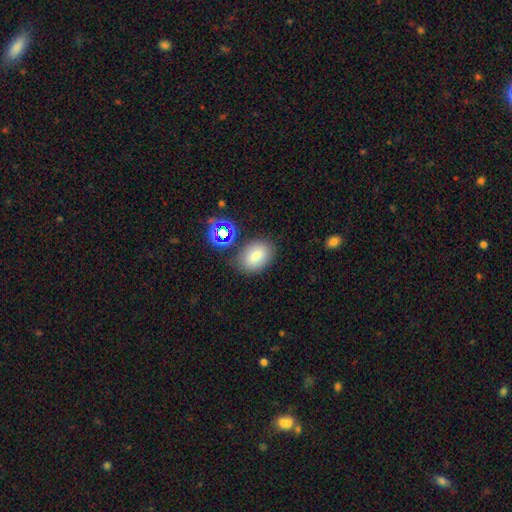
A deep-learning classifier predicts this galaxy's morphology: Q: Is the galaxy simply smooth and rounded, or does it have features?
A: smooth — 75%.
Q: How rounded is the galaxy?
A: in between — 76%.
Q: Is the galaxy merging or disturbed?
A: none — 77%.